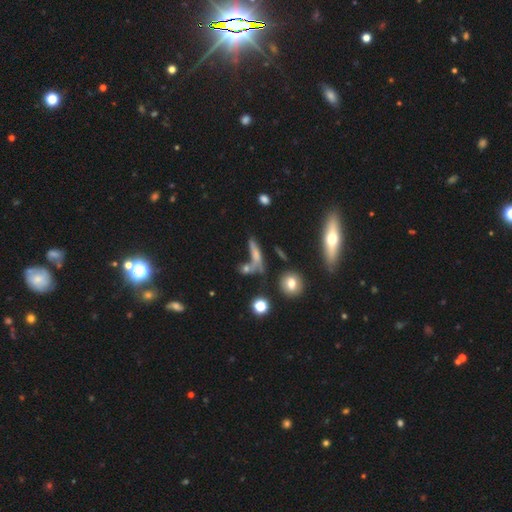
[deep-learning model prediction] A smooth galaxy with no disk features (47%).

Vote fractions:
- Smooth or featured? smooth: 47% / featured or disk: 37% / star or artifact: 17%
- Merging? merger: 35% / none: 34% / major disturbance: 17% / minor disturbance: 14%